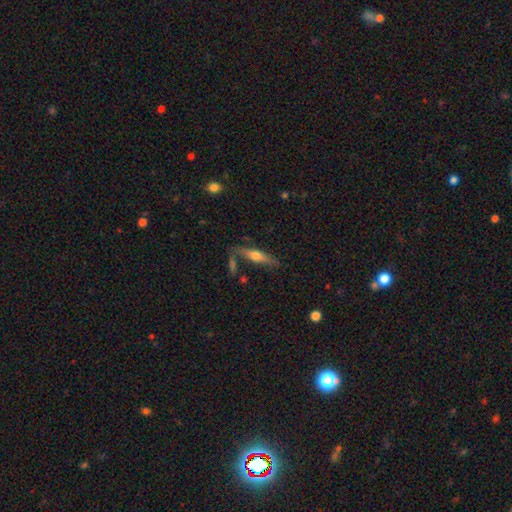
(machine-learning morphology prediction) A featured or disk galaxy (50%). Merging: none (73%).